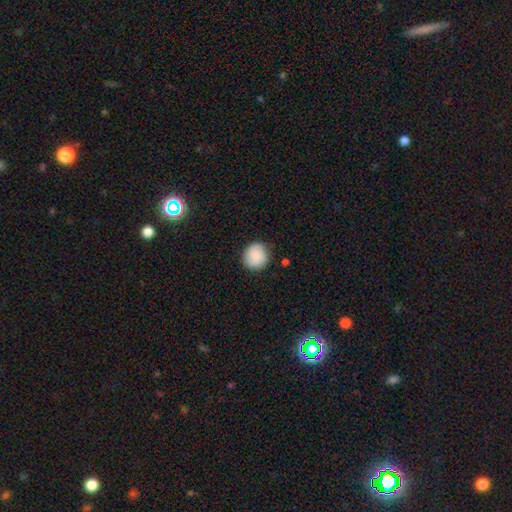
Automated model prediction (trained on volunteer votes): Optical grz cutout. It shows a smooth galaxy with no disk features (82%) that is round (89%). Merging: none (81%).